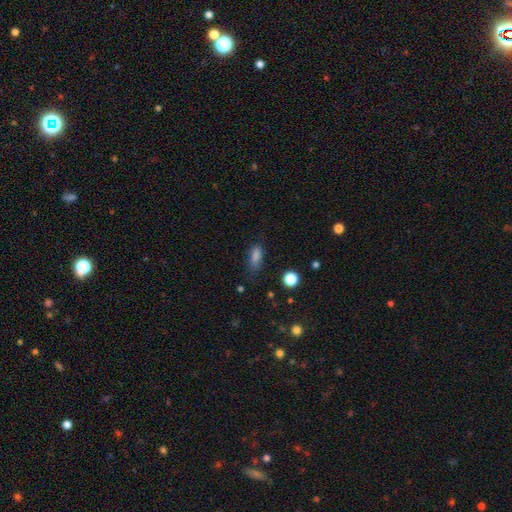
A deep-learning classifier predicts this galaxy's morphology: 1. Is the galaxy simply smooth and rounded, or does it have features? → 78% smooth, 14% star or artifact, 8% featured or disk.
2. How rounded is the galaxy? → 71% in between, 23% cigar-shaped, 6% round.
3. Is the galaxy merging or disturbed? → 63% none, 26% minor disturbance, 9% major disturbance, 2% merger.